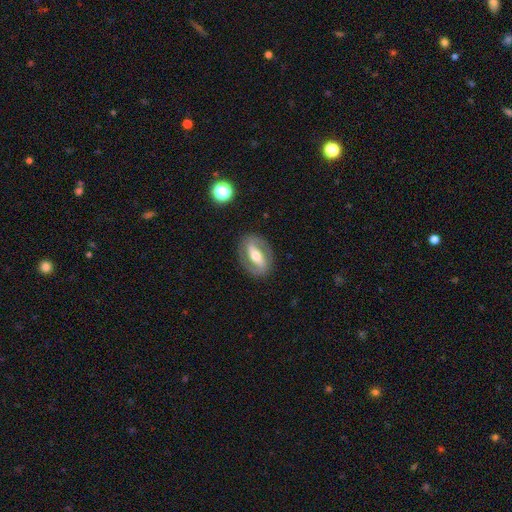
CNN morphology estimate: Smooth or featured: featured or disk — 70% (smooth — 24%)
Edge-on disk: no — 89% (yes — 11%)
Bar: strong — 59% (weak — 24%)
Spiral arms: yes — 59% (no — 41%)
Bulge size: moderate — 66% (small — 20%)
Merging: none — 84% (minor disturbance — 10%)